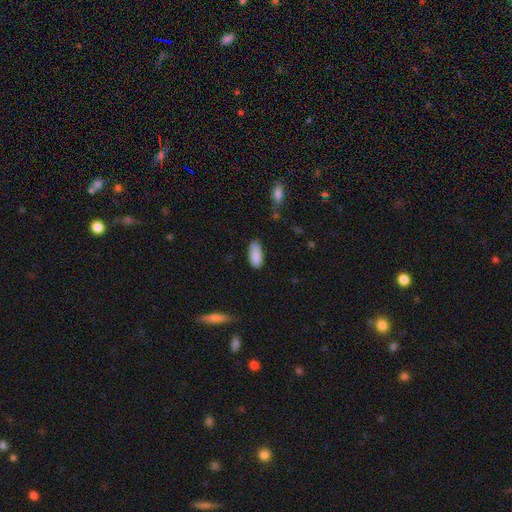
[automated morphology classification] Smooth or featured: smooth — 88% (star or artifact — 7%)
How rounded: in between — 88% (cigar-shaped — 10%)
Merging: none — 73% (minor disturbance — 22%)